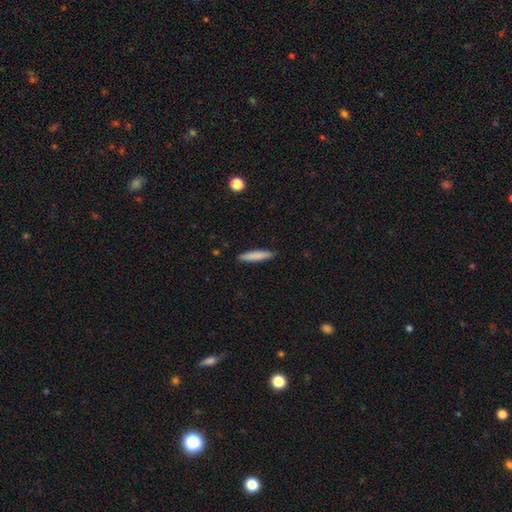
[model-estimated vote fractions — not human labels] Morphology: type=smooth (83%); roundness=cigar-shaped (87%); merging=none (89%).